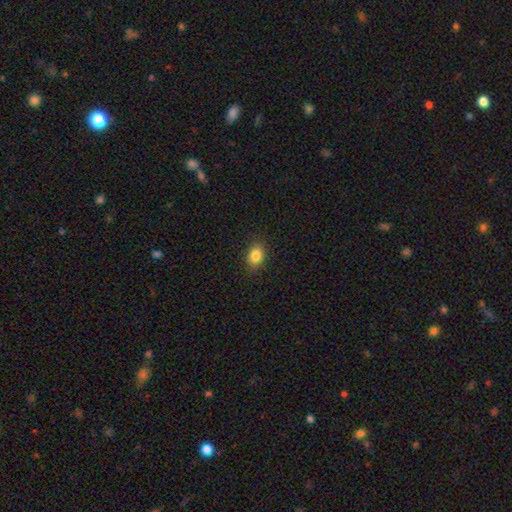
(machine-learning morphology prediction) type=smooth (85%); roundness=in between (72%); merging=none (88%).